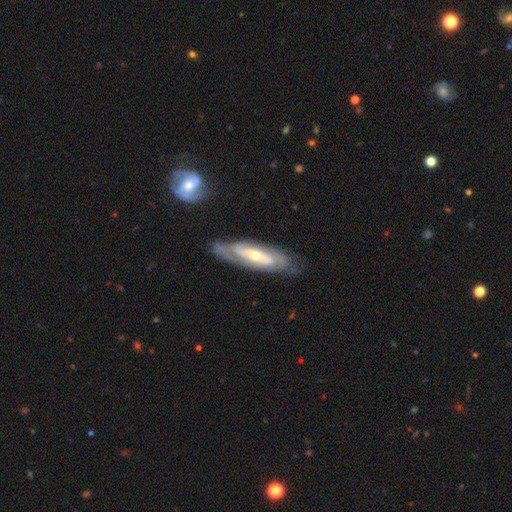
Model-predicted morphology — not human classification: Smooth or featured? Predicted: featured or disk (p=0.75). Edge-on disk? Predicted: no (p=0.80). Bar? Predicted: no (p=0.62). Spiral arms? Predicted: yes (p=0.71). Bulge size? Predicted: moderate (p=0.48). Merging? Predicted: none (p=0.72).